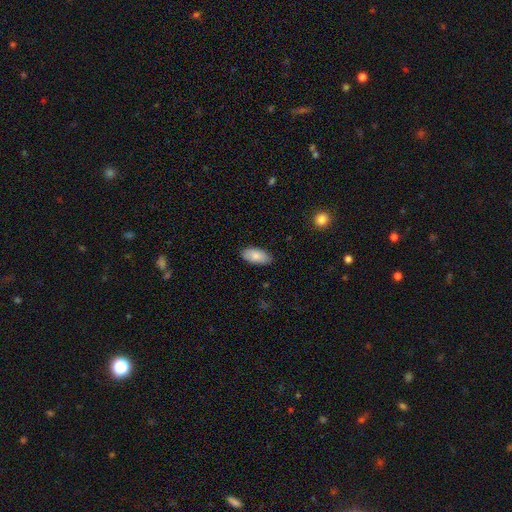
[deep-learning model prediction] A smooth galaxy with no disk features (84%) that is in between round and cigar-shaped (94%). Merging: none (86%).